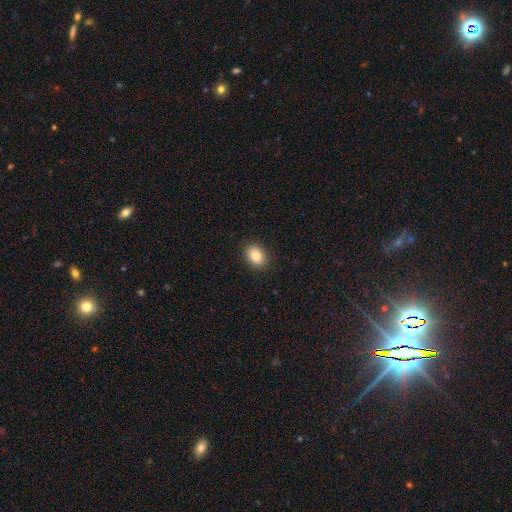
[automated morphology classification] Smooth or featured? Predicted: smooth (p=0.87). How rounded? Predicted: in between (p=0.76). Merging? Predicted: none (p=0.89).